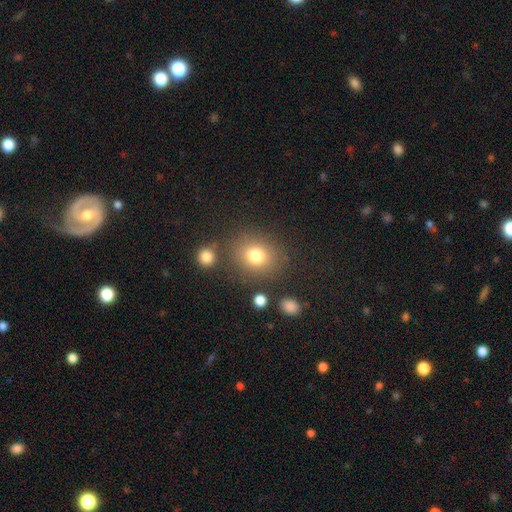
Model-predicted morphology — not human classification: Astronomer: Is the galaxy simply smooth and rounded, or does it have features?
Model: smooth — 78%.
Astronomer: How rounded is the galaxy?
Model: round — 71%.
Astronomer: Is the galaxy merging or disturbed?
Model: none — 79%.